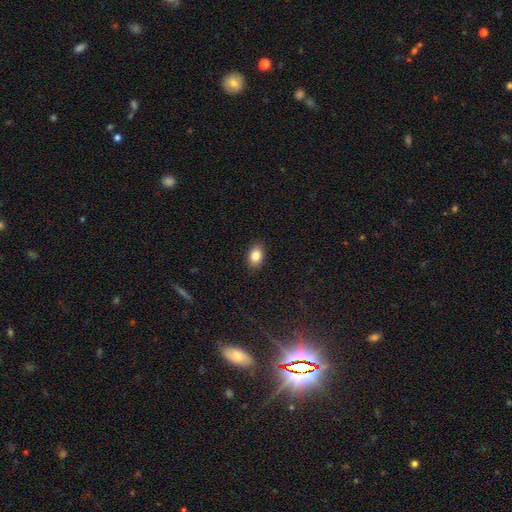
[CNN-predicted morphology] smooth-or-featured: smooth: 85% | star or artifact: 9% | featured or disk: 7%
  how-rounded: in between: 82% | round: 17% | cigar-shaped: 1%
  merging: none: 89% | minor disturbance: 8% | major disturbance: 2% | merger: 1%